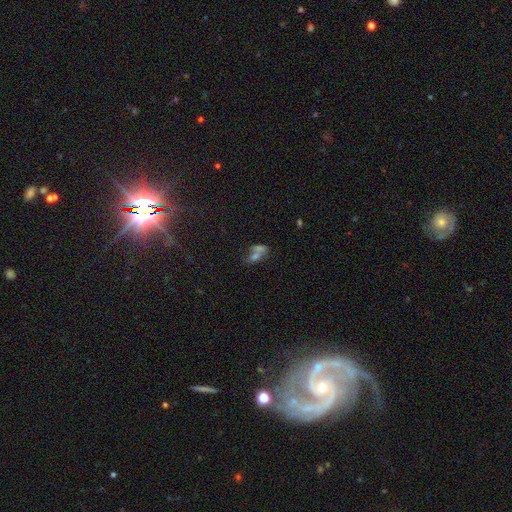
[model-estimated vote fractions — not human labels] smooth 43%, star or artifact 32%, featured or disk 25%. Down the decision tree: merging — merger (48%).